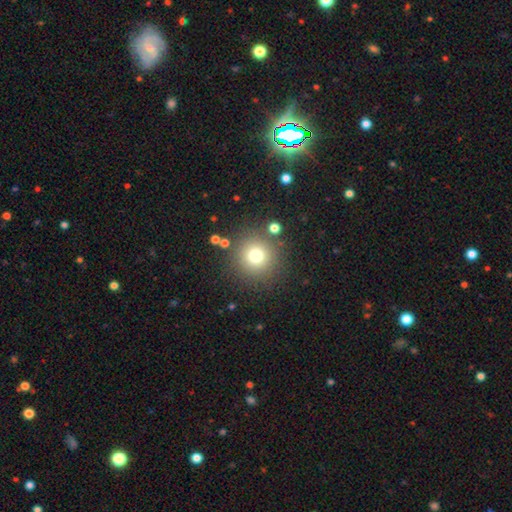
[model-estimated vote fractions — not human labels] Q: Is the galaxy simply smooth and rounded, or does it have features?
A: smooth — 74%.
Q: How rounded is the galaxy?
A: round — 95%.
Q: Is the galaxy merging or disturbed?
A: none — 86%.